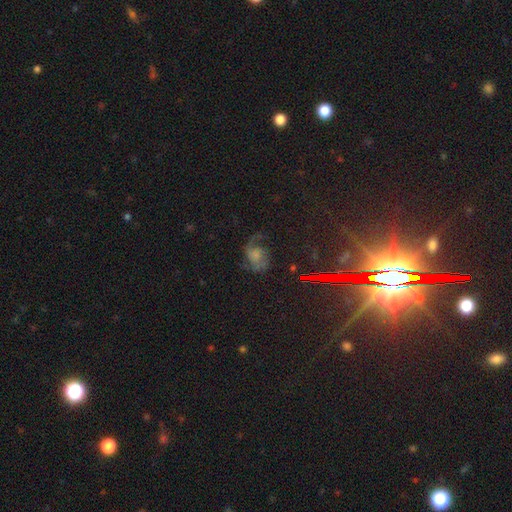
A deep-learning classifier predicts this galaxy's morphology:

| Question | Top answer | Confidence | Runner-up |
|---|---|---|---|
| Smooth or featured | featured or disk | 65% | smooth (20%) |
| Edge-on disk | no | 97% | yes (3%) |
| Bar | no | 70% | weak (25%) |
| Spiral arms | yes | 91% | no (9%) |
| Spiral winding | loose | 44% | medium (43%) |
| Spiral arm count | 2 | 75% | 1 (15%) |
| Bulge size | none | 35% | small (29%) |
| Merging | none | 51% | major disturbance (26%) |